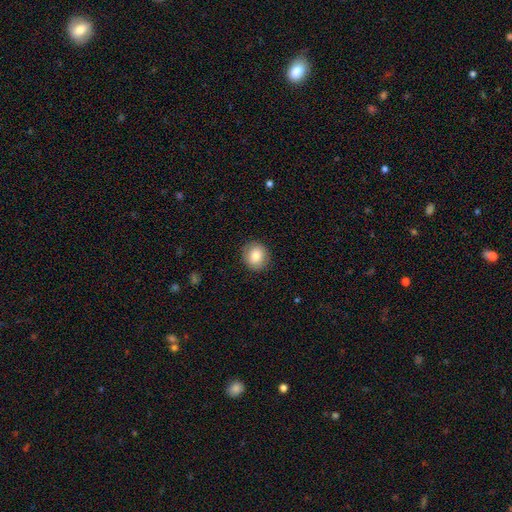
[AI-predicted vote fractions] The model was most divided on "how rounded": round: 78%, in between: 21%, cigar-shaped: 1%. More confident: merging — none (88%); smooth or featured — smooth (82%).